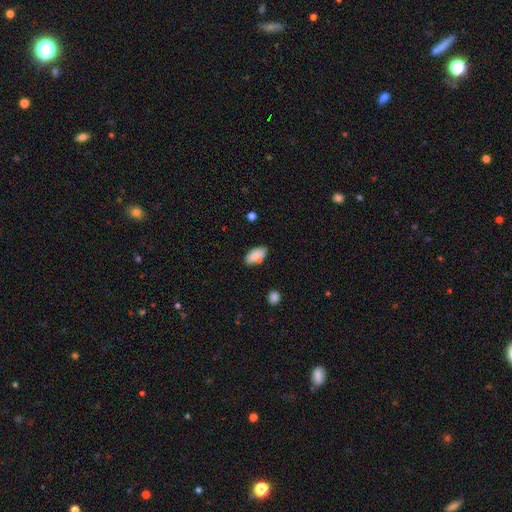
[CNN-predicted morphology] A smooth galaxy with no disk features (83%) that is in between round and cigar-shaped (92%).

Vote fractions:
- Smooth or featured? smooth: 83% / featured or disk: 10% / star or artifact: 7%
- How rounded? in between: 92% / cigar-shaped: 5% / round: 3%
- Merging? none: 72% / minor disturbance: 18% / merger: 7% / major disturbance: 3%